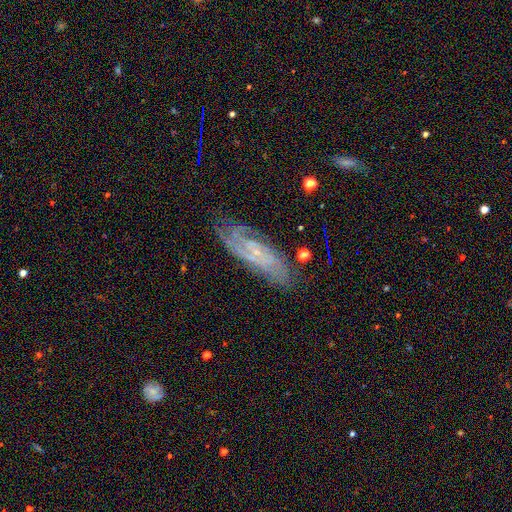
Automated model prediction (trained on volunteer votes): Morphology: type=featured or disk (64%); edge-on=no (80%); bar=no (53%); spiral arms=yes (91%); bulge=small (71%); merging=none (78%).